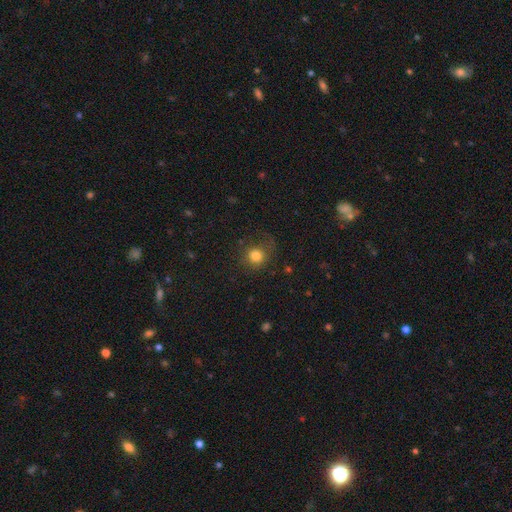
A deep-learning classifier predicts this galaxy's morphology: smooth-or-featured: smooth: 81% | star or artifact: 12% | featured or disk: 7%
  how-rounded: round: 88% | in between: 12% | cigar-shaped: 1%
  merging: none: 72% | minor disturbance: 16% | major disturbance: 10% | merger: 2%